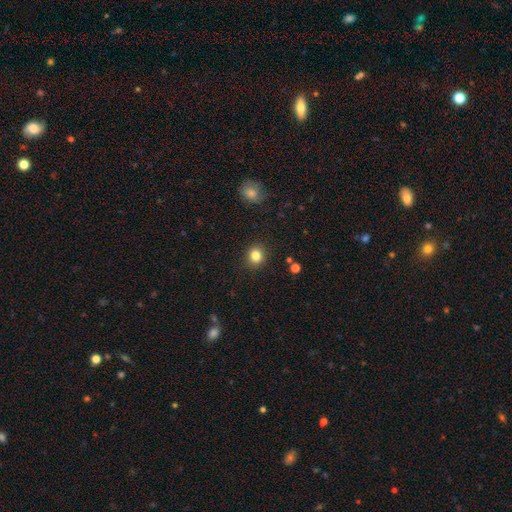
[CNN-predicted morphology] smooth-or-featured: smooth: 83% | star or artifact: 11% | featured or disk: 6%
  how-rounded: round: 80% | in between: 19% | cigar-shaped: 1%
  merging: none: 89% | minor disturbance: 7% | major disturbance: 2% | merger: 1%